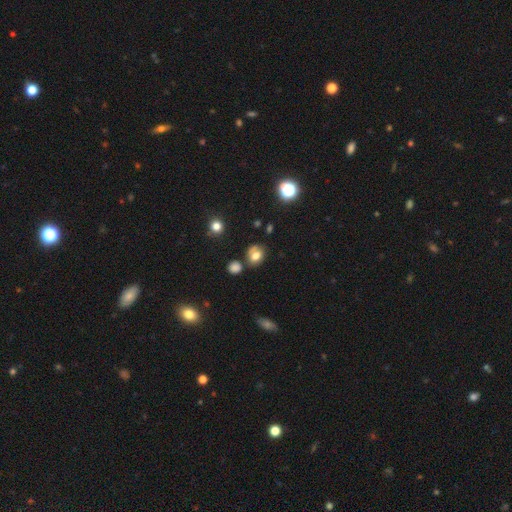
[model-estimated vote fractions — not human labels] Q: Smooth or featured?
A: smooth (69%); runner-up: featured or disk (16%)
Q: How rounded?
A: round (56%); runner-up: in between (43%)
Q: Merging?
A: none (57%); runner-up: minor disturbance (22%)